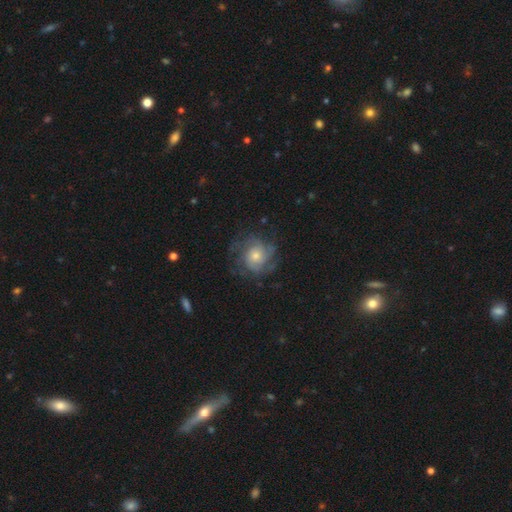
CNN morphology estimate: smooth_or_featured: featured or disk (p=0.75) [alt: smooth p=0.17]
disk_edge_on: no (p=0.98) [alt: yes p=0.02]
bar: no (p=0.78) [alt: weak p=0.19]
has_spiral_arms: yes (p=0.93) [alt: no p=0.07]
spiral_winding: tight (p=0.55) [alt: medium p=0.34]
spiral_arm_count: can't tell (p=0.35) [alt: 3 p=0.23]
bulge_size: moderate (p=0.49) [alt: small p=0.41]
merging: none (p=0.73) [alt: minor disturbance p=0.16]